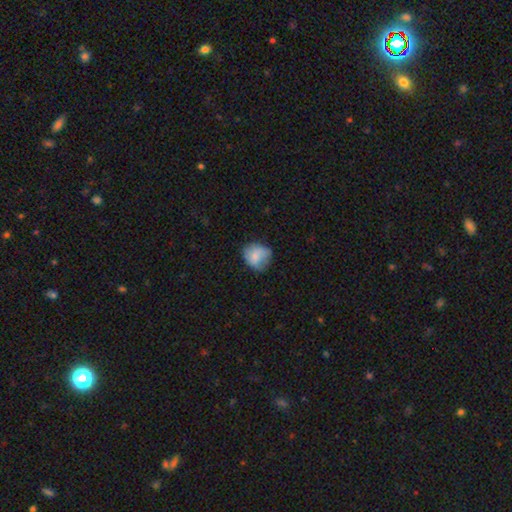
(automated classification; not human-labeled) smooth 75%, featured or disk 17%, star or artifact 8%. Down the decision tree: how rounded — round (74%); merging — none (55%).